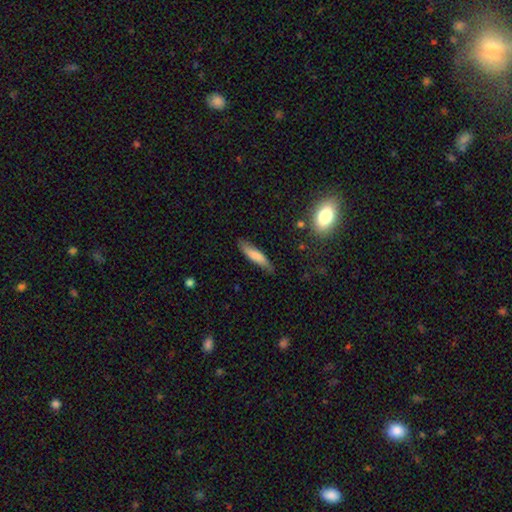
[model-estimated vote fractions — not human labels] Smooth or featured? smooth (76%)
How rounded? cigar-shaped (78%)
Merging? none (78%)